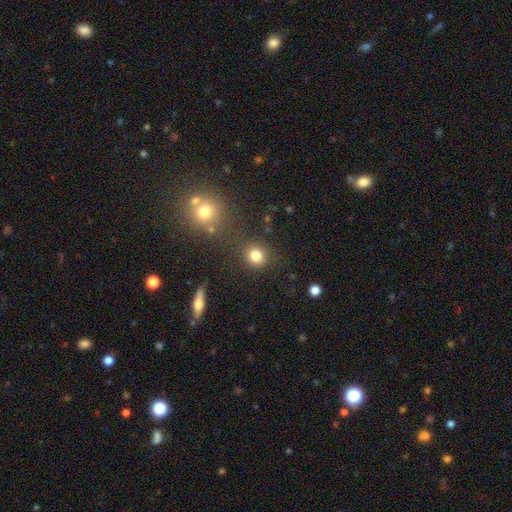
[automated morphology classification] Overall: smooth (82%). How rounded: round (80%). Merging: none (81%).